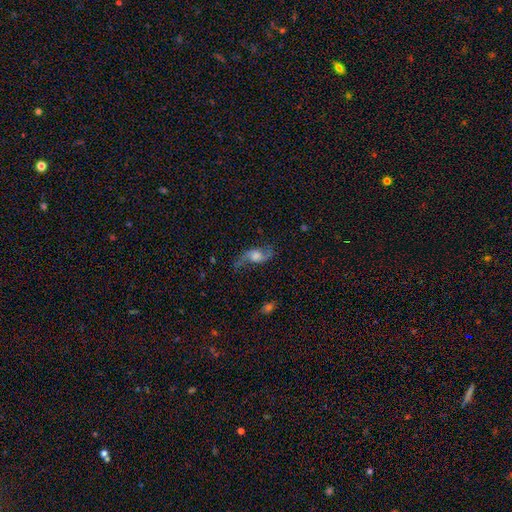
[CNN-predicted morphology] type=featured or disk (78%); edge-on=no (92%); bar=no (62%); spiral arms=yes (94%); winding=loose (76%); arm count=2 (92%); bulge=large (37%, tied with moderate); merging=none (72%).